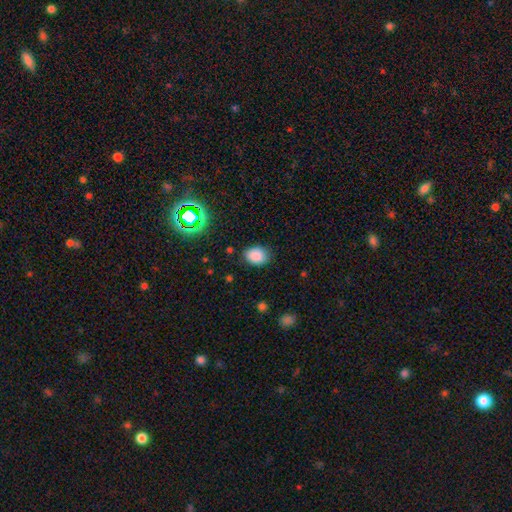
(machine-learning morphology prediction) Smooth or featured? Predicted: smooth (p=0.85). How rounded? Predicted: in between (p=0.63). Merging? Predicted: none (p=0.82).